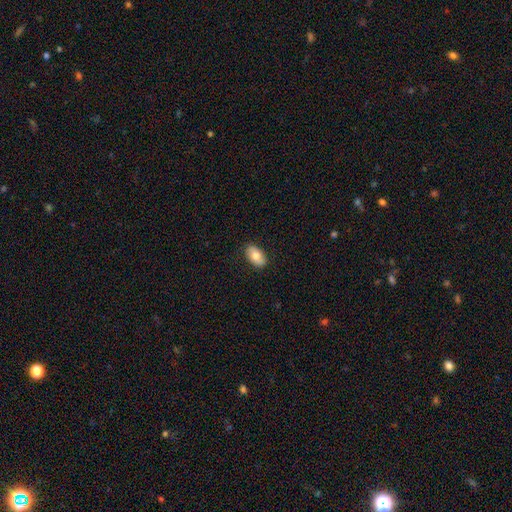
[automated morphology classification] smooth-or-featured: smooth: 77% | featured or disk: 16% | star or artifact: 6%
  how-rounded: in between: 93% | round: 5% | cigar-shaped: 2%
  merging: none: 87% | minor disturbance: 10% | major disturbance: 2% | merger: 1%